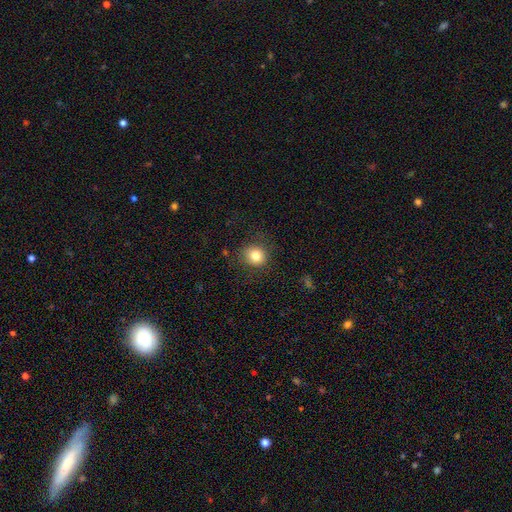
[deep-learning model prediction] A smooth galaxy with no disk features (81%) that is round (84%).

Vote fractions:
- Smooth or featured? smooth: 81% / star or artifact: 11% / featured or disk: 8%
- How rounded? round: 84% / in between: 15% / cigar-shaped: 1%
- Merging? none: 84% / minor disturbance: 11% / major disturbance: 4% / merger: 1%